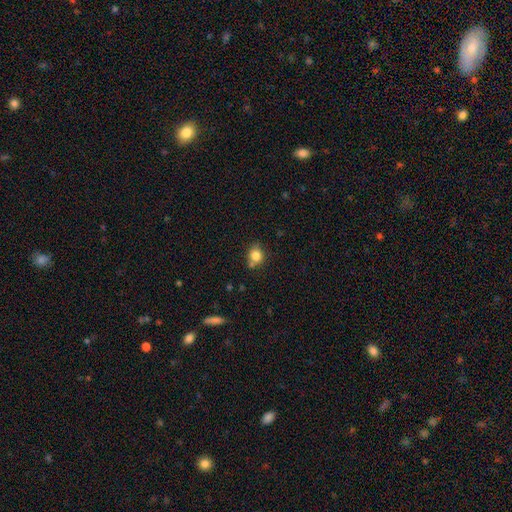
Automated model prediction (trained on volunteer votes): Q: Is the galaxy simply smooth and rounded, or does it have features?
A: smooth — 81%.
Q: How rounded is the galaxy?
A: round — 66%.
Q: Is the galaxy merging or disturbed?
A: none — 64%.